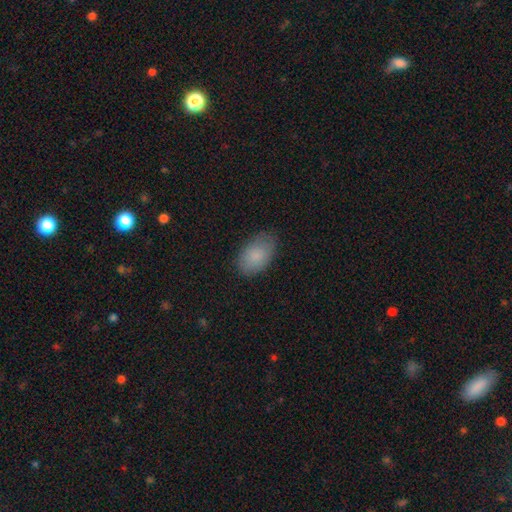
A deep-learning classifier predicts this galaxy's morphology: A smooth galaxy with no disk features (86%) that is in between round and cigar-shaped (92%).

Vote fractions:
- Smooth or featured? smooth: 86% / featured or disk: 8% / star or artifact: 6%
- How rounded? in between: 92% / round: 7% / cigar-shaped: 1%
- Merging? none: 79% / minor disturbance: 17% / major disturbance: 4% / merger: 1%